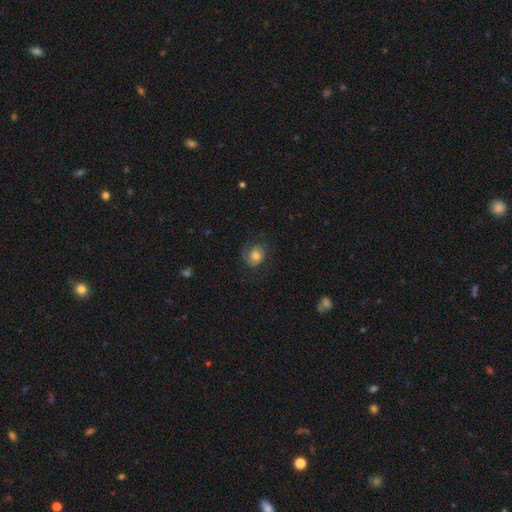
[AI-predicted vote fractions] This is possibly a smooth galaxy (53%). How rounded: likely round (72%). Merging: likely none (66%).